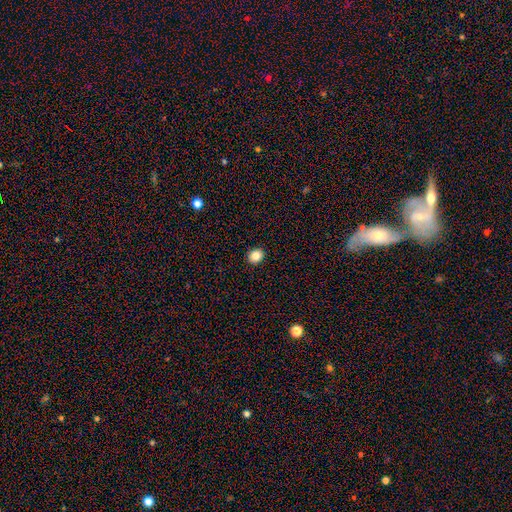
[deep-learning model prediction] Smooth or featured: smooth — 84% (star or artifact — 10%)
How rounded: round — 66% (in between — 33%)
Merging: none — 92% (minor disturbance — 5%)